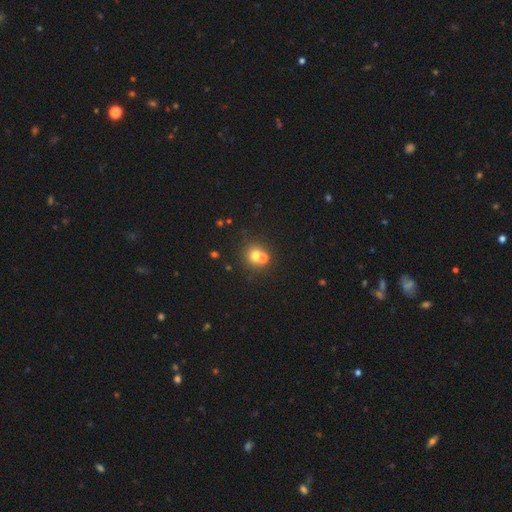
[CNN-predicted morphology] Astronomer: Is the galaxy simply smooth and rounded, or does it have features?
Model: smooth — 67%.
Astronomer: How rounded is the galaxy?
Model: round — 86%.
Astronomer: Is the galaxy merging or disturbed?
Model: none — 53% (runner-up: merger, 37%).